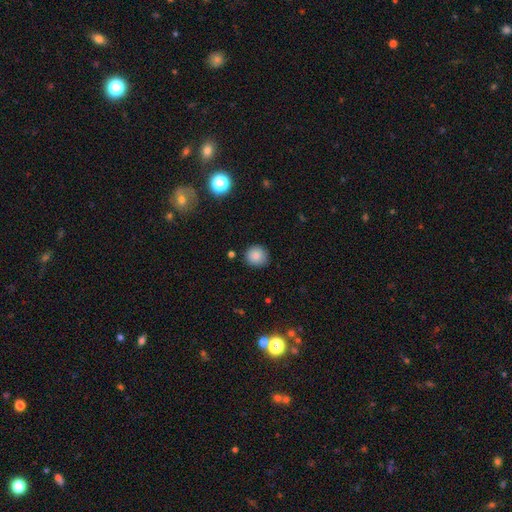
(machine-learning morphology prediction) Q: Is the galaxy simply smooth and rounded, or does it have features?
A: smooth — 85%.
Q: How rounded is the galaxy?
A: round — 91%.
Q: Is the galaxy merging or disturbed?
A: none — 86%.